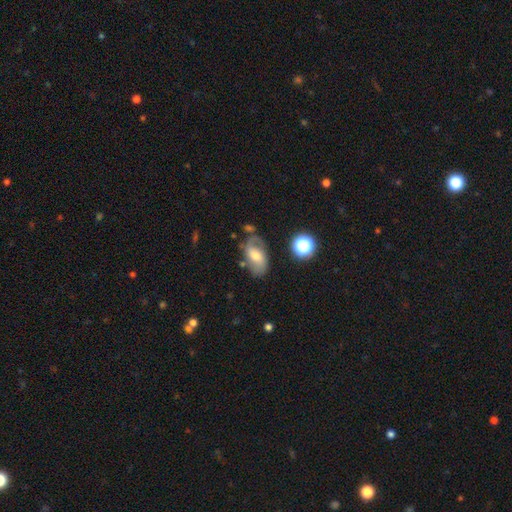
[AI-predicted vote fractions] A featured or disk galaxy (54%) with no bar (45%), spiral arms (80%) and a moderate central bulge (60%).

Vote fractions:
- Smooth or featured? featured or disk: 54% / smooth: 36% / star or artifact: 10%
- Edge-on disk? no: 94% / yes: 6%
- Bar? no: 45% / weak: 41% / strong: 14%
- Spiral arms? yes: 80% / no: 20%
- Bulge size? moderate: 60% / small: 28% / large: 8% / none: 2% / dominant: 1%
- Merging? none: 55% / minor disturbance: 25% / major disturbance: 14% / merger: 7%